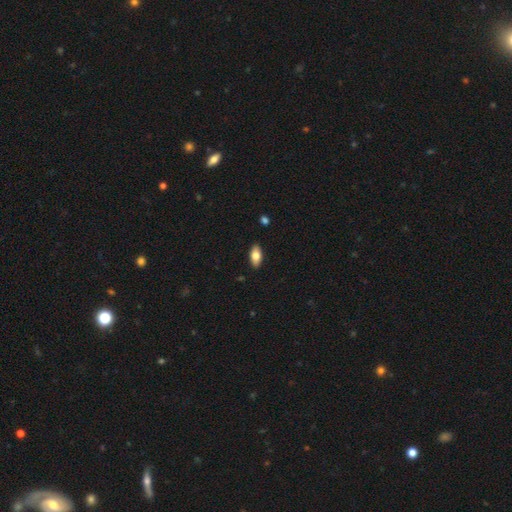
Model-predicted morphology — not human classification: Q: Smooth or featured?
A: smooth (78%); runner-up: featured or disk (15%)
Q: How rounded?
A: in between (90%); runner-up: cigar-shaped (7%)
Q: Merging?
A: none (89%); runner-up: minor disturbance (8%)